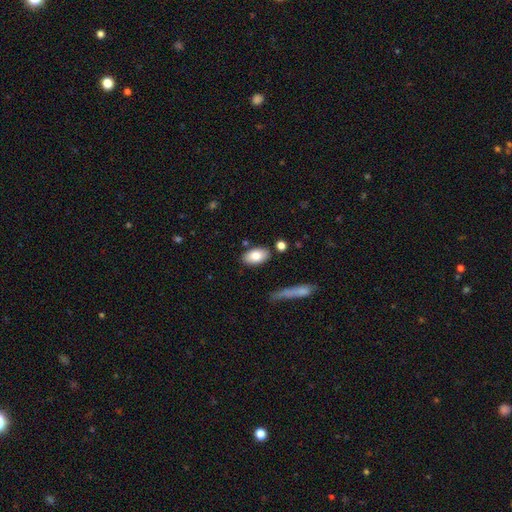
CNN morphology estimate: A smooth galaxy with no disk features (80%) that is in between round and cigar-shaped (92%). Merging: none (81%).